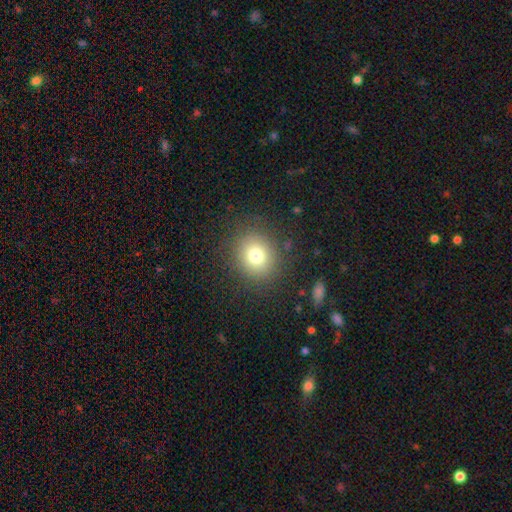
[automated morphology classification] Smooth or featured?
  - smooth: 76% *
  - star or artifact: 14%
  - featured or disk: 10%
How rounded?
  - round: 82% *
  - in between: 17%
  - cigar-shaped: 1%
Merging?
  - none: 86% *
  - minor disturbance: 8%
  - major disturbance: 5%
  - merger: 1%